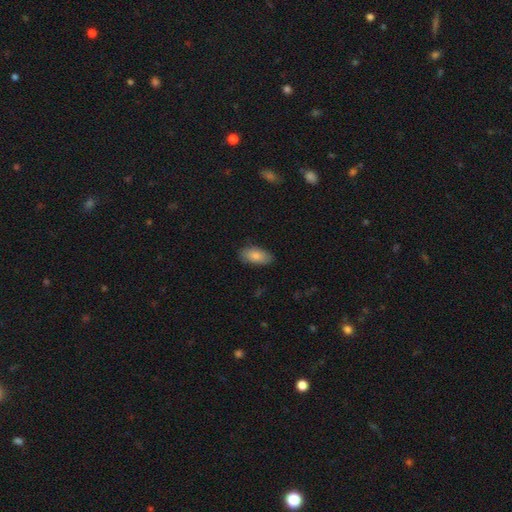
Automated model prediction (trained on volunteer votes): smooth_or_featured: smooth (p=0.85) [alt: featured or disk p=0.09]
how_rounded: in between (p=0.93) [alt: cigar-shaped p=0.04]
merging: none (p=0.84) [alt: minor disturbance p=0.13]